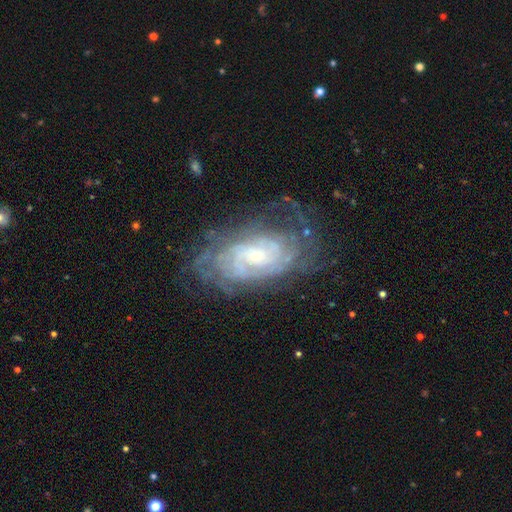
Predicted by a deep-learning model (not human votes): Smooth or featured?
  - featured or disk: 86% *
  - smooth: 8%
  - star or artifact: 7%
Edge-on disk?
  - no: 95% *
  - yes: 5%
Bar?
  - no: 64% *
  - weak: 29%
  - strong: 7%
Spiral arms?
  - yes: 95% *
  - no: 5%
Spiral winding?
  - tight: 74% *
  - medium: 21%
  - loose: 5%
Spiral arm count?
  - can't tell: 45% *
  - 2: 14%
  - 4: 14%
  - 3: 11%
  - more than 4: 10%
  - 1: 6%
Bulge size?
  - small: 67% *
  - moderate: 27%
  - none: 3%
  - large: 3%
  - dominant: 1%
Merging?
  - none: 67% *
  - minor disturbance: 20%
  - major disturbance: 11%
  - merger: 2%